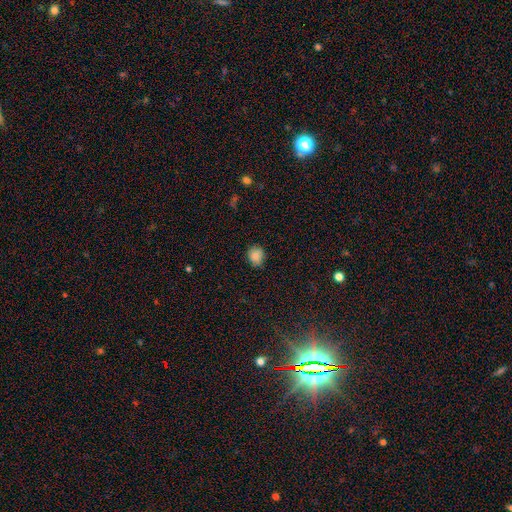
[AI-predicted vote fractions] A smooth galaxy with no disk features (84%) that is round (74%). Merging: none (74%).